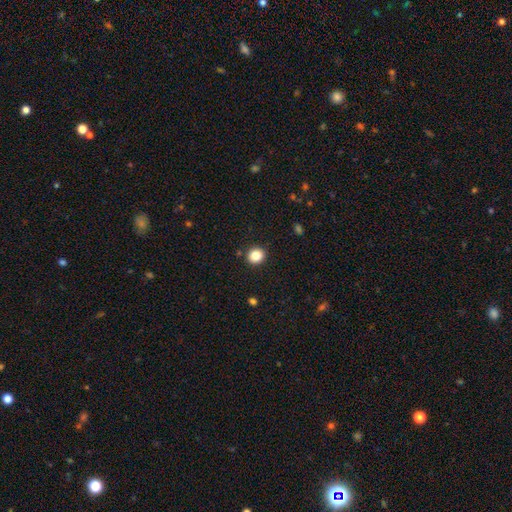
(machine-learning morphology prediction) Overall: smooth (85%). How rounded: round (84%). Merging: none (91%).